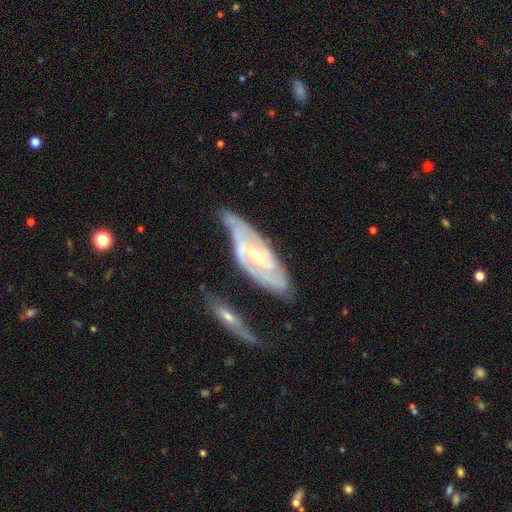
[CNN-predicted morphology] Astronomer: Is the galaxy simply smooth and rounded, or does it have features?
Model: featured or disk — 87%.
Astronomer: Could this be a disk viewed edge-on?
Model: no — 89%.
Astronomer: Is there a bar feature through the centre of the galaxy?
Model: weak — 46% (runner-up: strong, 33%).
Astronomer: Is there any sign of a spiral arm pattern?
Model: yes — 95%.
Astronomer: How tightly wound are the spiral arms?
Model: tight — 48% (runner-up: medium, 41%).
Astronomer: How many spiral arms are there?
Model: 2 — 64%.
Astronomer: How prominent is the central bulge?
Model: small — 54% (runner-up: moderate, 42%).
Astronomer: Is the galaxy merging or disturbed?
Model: none — 59%.